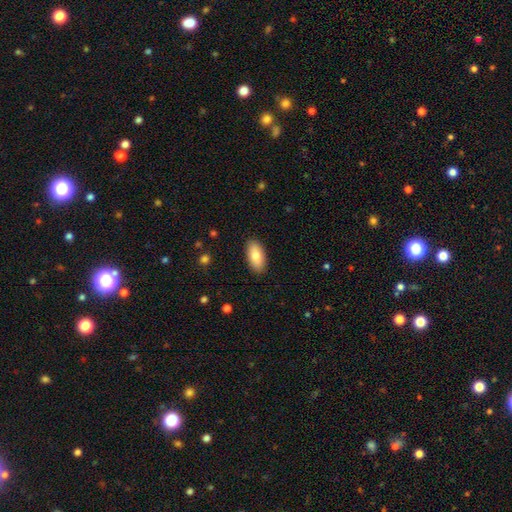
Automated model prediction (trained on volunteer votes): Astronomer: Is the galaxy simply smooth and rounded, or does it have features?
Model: smooth — 82%.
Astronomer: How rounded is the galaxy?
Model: in between — 90%.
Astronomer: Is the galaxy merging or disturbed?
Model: none — 89%.